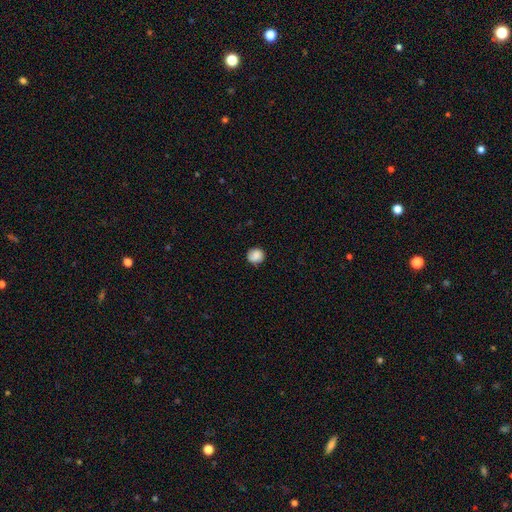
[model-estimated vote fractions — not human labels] Smooth or featured? Predicted: smooth (p=0.85). How rounded? Predicted: round (p=0.88). Merging? Predicted: none (p=0.83).